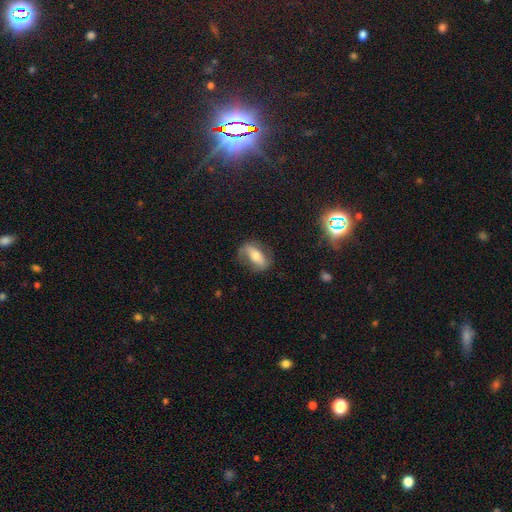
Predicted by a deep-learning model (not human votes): Smooth or featured: featured or disk — 49% (smooth — 40%)
Merging: none — 69% (minor disturbance — 20%)